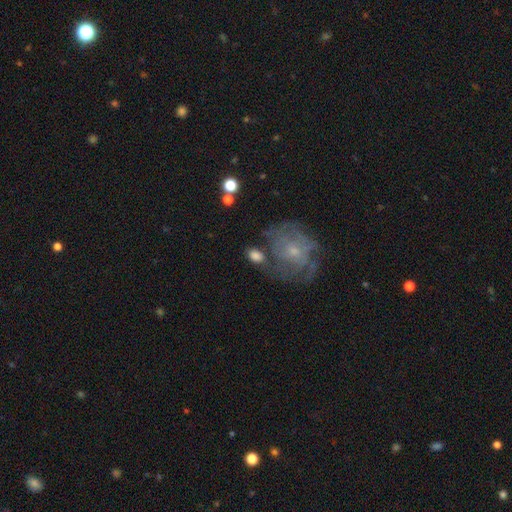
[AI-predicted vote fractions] Q: Smooth or featured?
A: smooth (73%); runner-up: featured or disk (19%)
Q: How rounded?
A: in between (71%); runner-up: round (27%)
Q: Merging?
A: none (63%); runner-up: minor disturbance (18%)